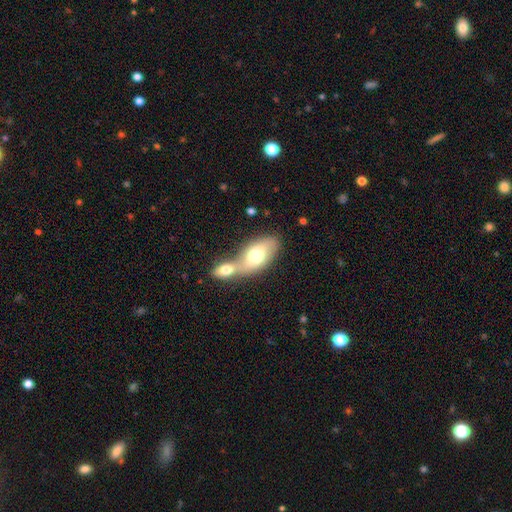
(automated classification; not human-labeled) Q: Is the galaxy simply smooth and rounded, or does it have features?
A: smooth — 68%.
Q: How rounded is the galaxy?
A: in between — 89%.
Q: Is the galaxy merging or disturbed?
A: merger — 61%.